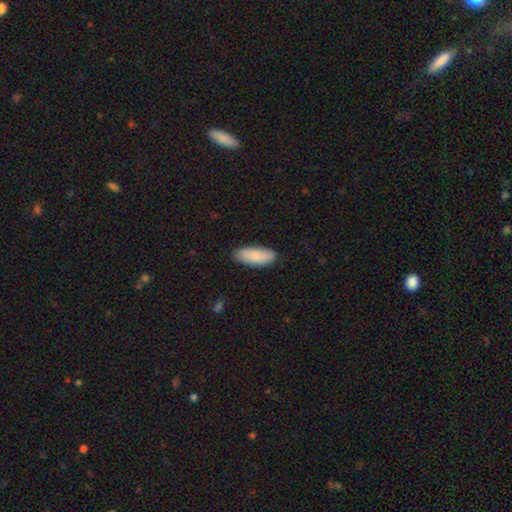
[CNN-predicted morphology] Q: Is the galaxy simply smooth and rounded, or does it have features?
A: smooth — 81%.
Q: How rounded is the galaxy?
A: in between — 82%.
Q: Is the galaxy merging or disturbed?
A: none — 86%.